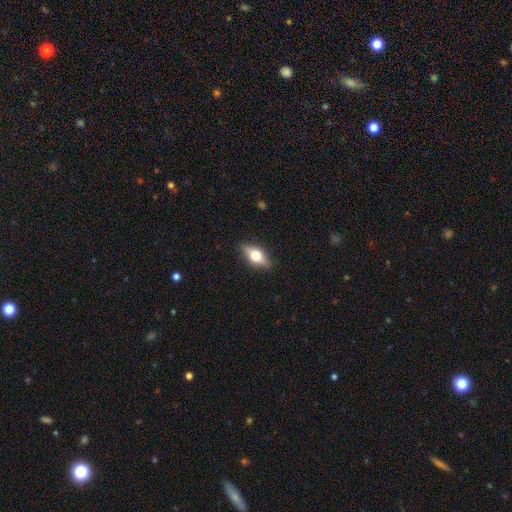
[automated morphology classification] Smooth or featured: smooth — 50% (featured or disk — 42%)
Merging: none — 85% (minor disturbance — 11%)